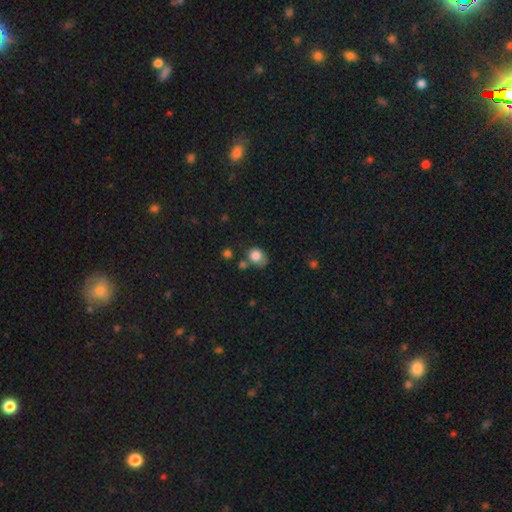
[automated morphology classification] Overall: smooth (82%). How rounded: round (59%; in between 40%). Merging: none (50%; minor disturbance 26%).